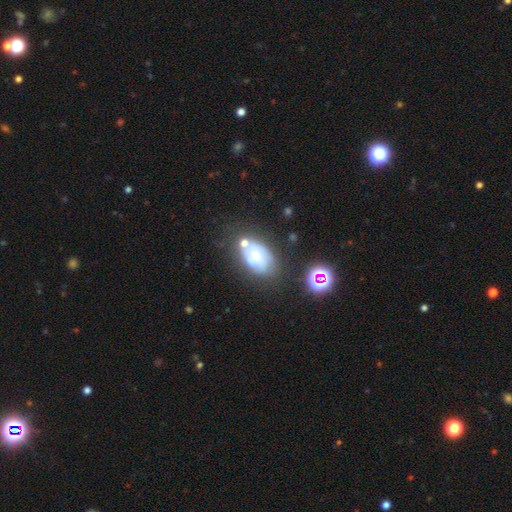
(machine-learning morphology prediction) Smooth or featured? featured or disk (48%)
Merging? none (52%)